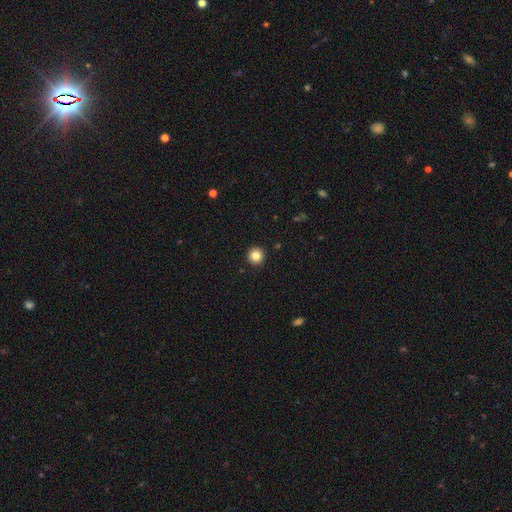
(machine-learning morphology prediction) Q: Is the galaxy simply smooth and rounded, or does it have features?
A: smooth — 83%.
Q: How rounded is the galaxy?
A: round — 96%.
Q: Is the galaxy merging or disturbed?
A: none — 94%.